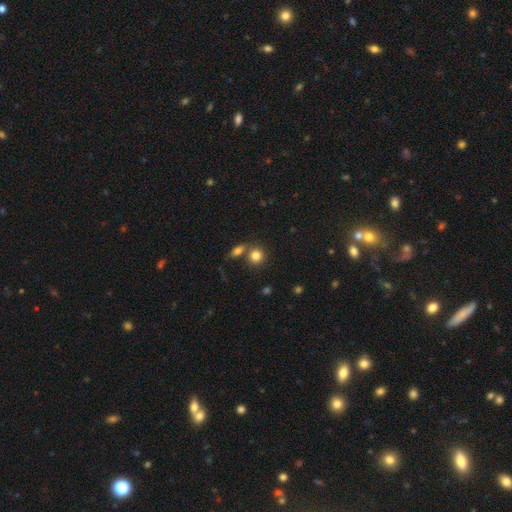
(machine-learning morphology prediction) smooth-or-featured: smooth: 82% | star or artifact: 10% | featured or disk: 8%
  how-rounded: round: 79% | in between: 20% | cigar-shaped: 1%
  merging: none: 60% | merger: 27% | minor disturbance: 9% | major disturbance: 3%